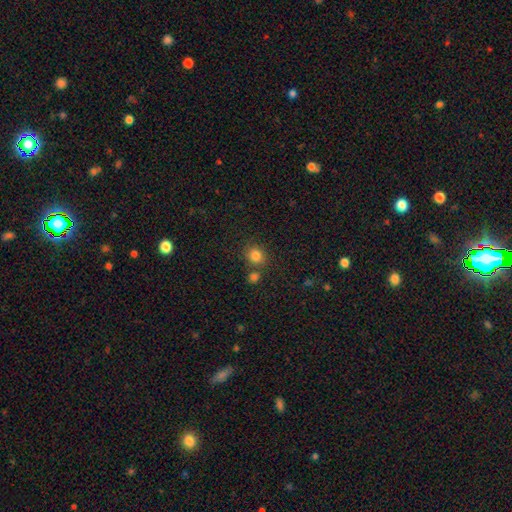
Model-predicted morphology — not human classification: Overall: smooth (82%). How rounded: round (76%). Merging: none (69%).